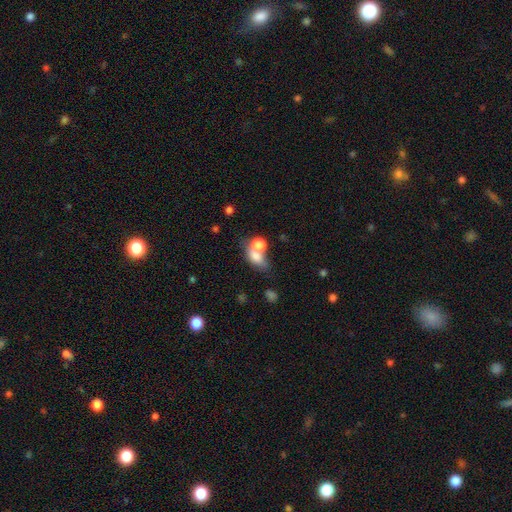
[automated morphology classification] A smooth galaxy with no disk features (72%) that is in between round and cigar-shaped (68%). Merging: merger (49%).